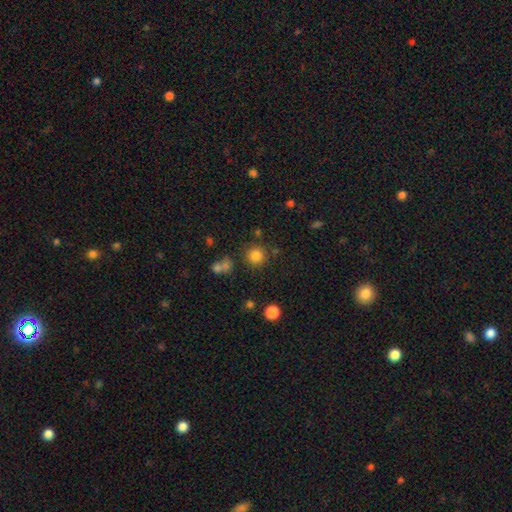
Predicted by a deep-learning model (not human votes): smooth-or-featured: smooth: 81% | star or artifact: 14% | featured or disk: 5%
  how-rounded: round: 93% | in between: 6% | cigar-shaped: 1%
  merging: none: 83% | minor disturbance: 8% | merger: 6% | major disturbance: 4%